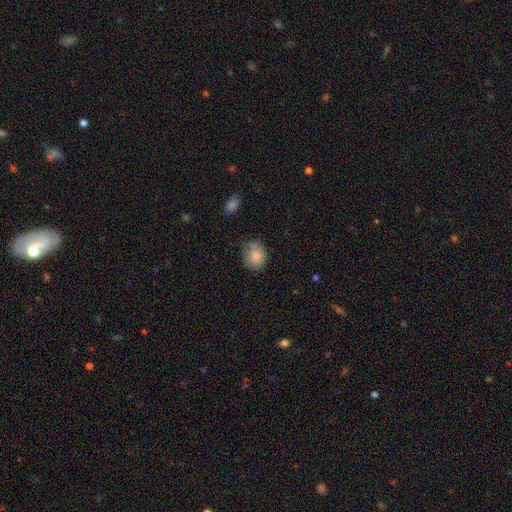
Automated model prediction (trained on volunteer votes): Overall: smooth (79%). How rounded: round (59%; in between 40%). Merging: none (50%; minor disturbance 33%).